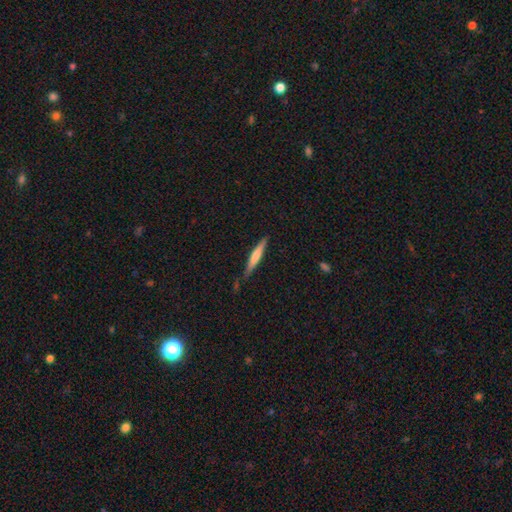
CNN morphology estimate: This appears to be a smooth galaxy with no disk features (56%) that is cigar-shaped (93%). Merging: none (78%).